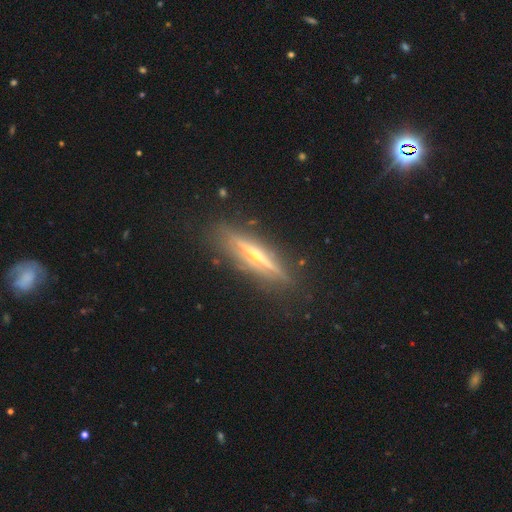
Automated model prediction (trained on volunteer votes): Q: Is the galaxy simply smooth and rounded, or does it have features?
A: featured or disk — 81%.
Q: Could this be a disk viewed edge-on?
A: yes — 96%.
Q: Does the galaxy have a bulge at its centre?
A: rounded — 85%.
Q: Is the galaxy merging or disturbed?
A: none — 85%.